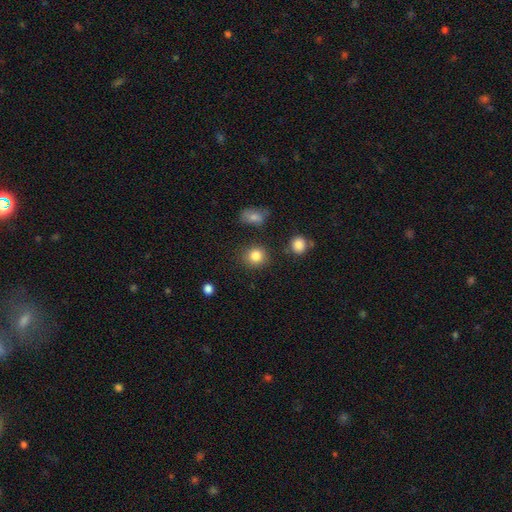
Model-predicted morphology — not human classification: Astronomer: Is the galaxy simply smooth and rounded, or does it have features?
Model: smooth — 84%.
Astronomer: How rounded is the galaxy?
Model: round — 86%.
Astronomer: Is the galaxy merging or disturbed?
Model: none — 84%.